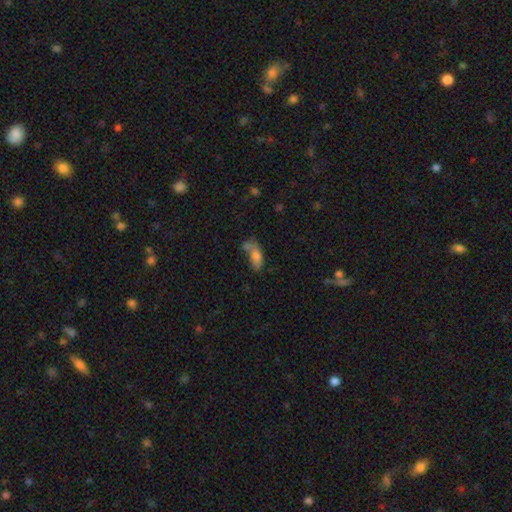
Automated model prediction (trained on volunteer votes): Overall: smooth (74%). How rounded: in between (81%). Merging: merger (36%; none 30%).